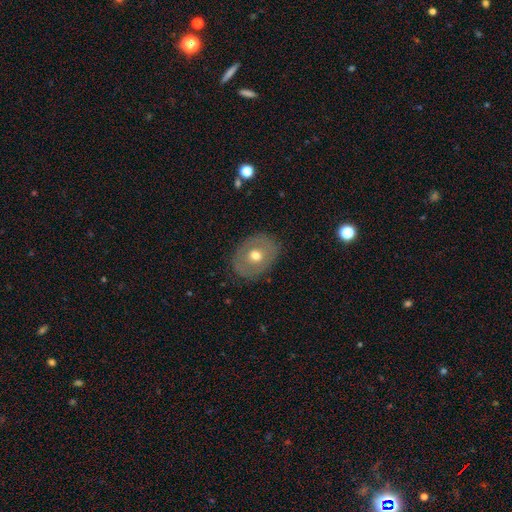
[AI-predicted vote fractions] Morphology: type=smooth (54%); roundness=in between (57%); merging=none (84%).